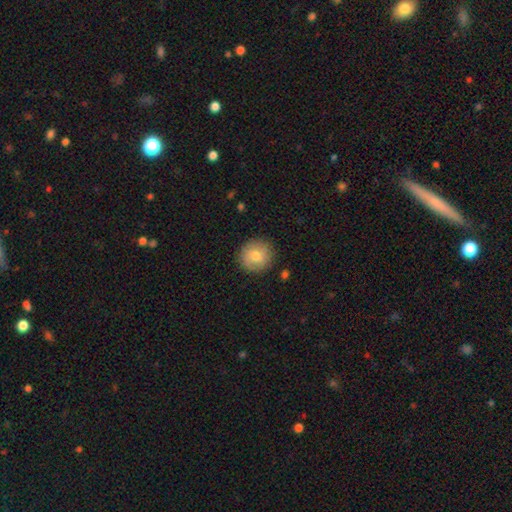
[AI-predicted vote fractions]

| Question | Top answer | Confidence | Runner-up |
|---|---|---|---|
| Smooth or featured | smooth | 77% | featured or disk (15%) |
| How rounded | round | 93% | in between (6%) |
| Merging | none | 89% | minor disturbance (8%) |